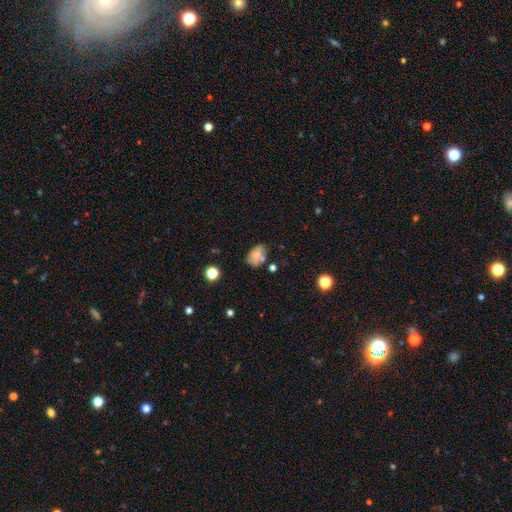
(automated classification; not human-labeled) Smooth or featured? Predicted: smooth (p=0.74). How rounded? Predicted: in between (p=0.83). Merging? Predicted: none (p=0.53).